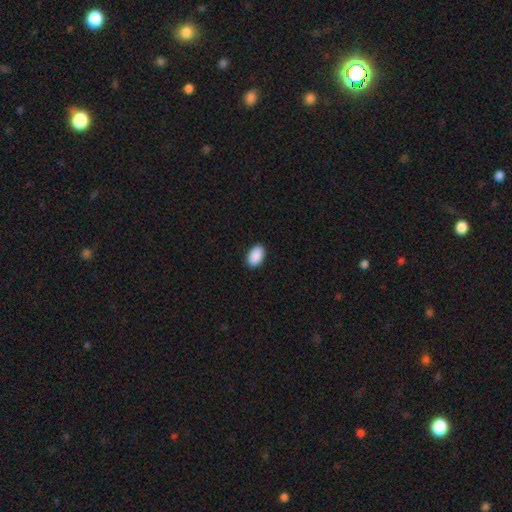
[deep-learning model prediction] Smooth or featured?
  - smooth: 91% *
  - star or artifact: 6%
  - featured or disk: 2%
How rounded?
  - in between: 93% *
  - round: 6%
  - cigar-shaped: 1%
Merging?
  - none: 91% *
  - minor disturbance: 7%
  - major disturbance: 2%
  - merger: 1%